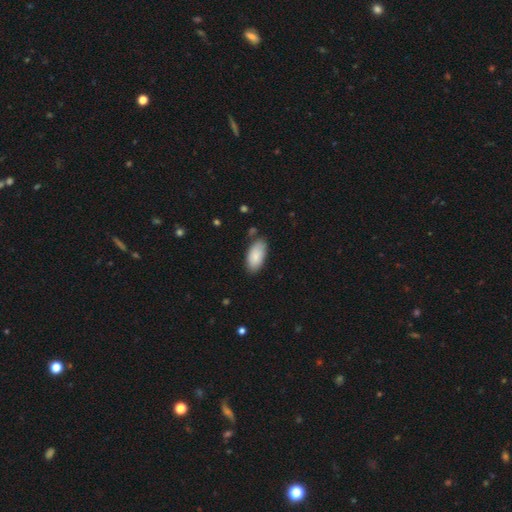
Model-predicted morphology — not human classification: smooth 85%, featured or disk 9%, star or artifact 6%. Down the decision tree: how rounded — in between (94%); merging — none (76%).